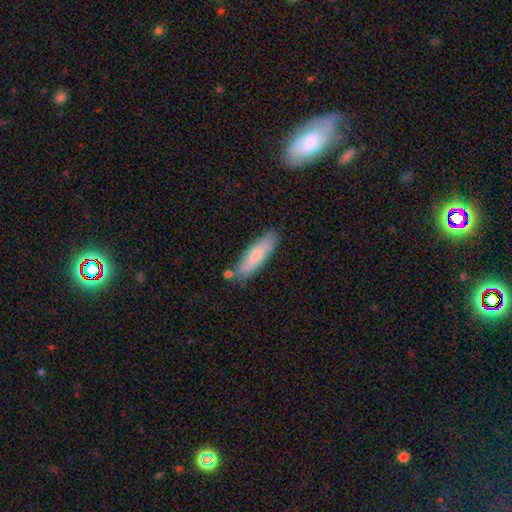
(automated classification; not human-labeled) A smooth galaxy with no disk features (75%) that is cigar-shaped (64%). Merging: none (75%).